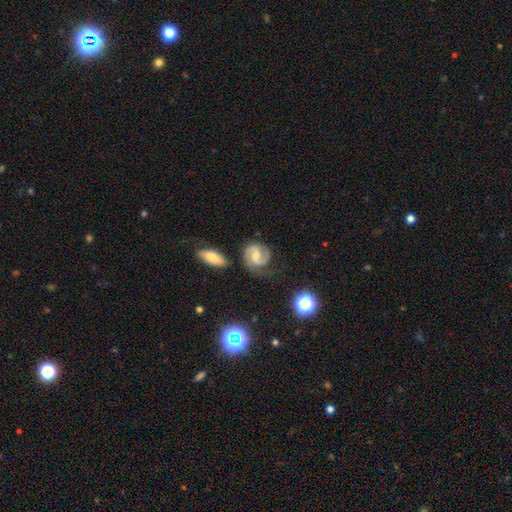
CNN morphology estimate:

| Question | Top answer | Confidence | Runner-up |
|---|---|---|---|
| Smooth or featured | featured or disk | 79% | smooth (14%) |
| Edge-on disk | no | 98% | yes (2%) |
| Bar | weak | 50% | no (34%) |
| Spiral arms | yes | 96% | no (4%) |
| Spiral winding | medium | 53% | tight (28%) |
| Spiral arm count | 2 | 88% | can't tell (5%) |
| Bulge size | moderate | 48% | small (45%) |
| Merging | none | 71% | minor disturbance (18%) |